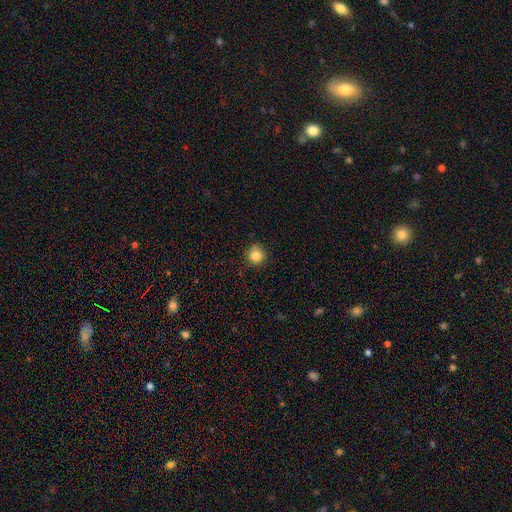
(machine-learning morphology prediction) smooth 83%, star or artifact 11%, featured or disk 5%. Down the decision tree: how rounded — round (92%); merging — none (86%).